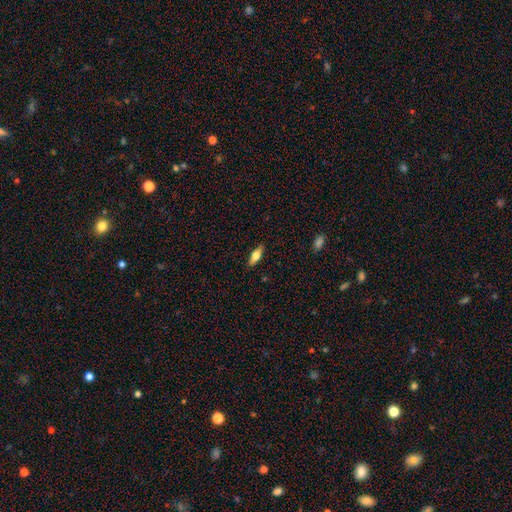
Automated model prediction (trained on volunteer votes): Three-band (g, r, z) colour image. It shows a smooth galaxy with no disk features (59%) that is in between round and cigar-shaped (63%). Merging: none (88%).